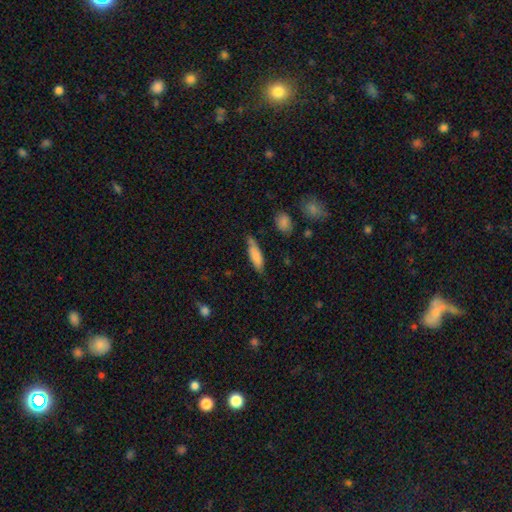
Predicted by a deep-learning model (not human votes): Q: Smooth or featured?
A: smooth (79%); runner-up: featured or disk (14%)
Q: How rounded?
A: cigar-shaped (54%); runner-up: in between (44%)
Q: Merging?
A: none (66%); runner-up: minor disturbance (25%)